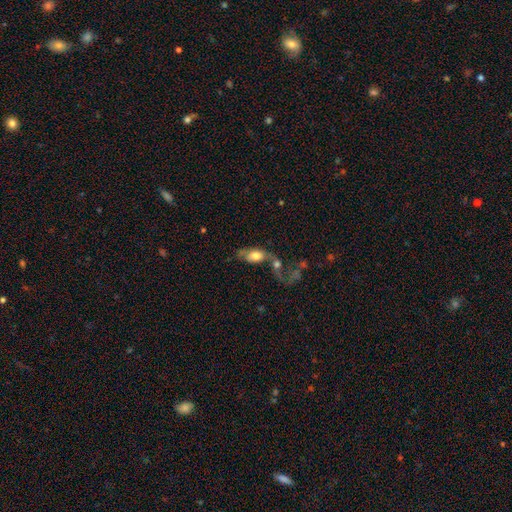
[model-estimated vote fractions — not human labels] Smooth or featured?
  - smooth: 58% *
  - featured or disk: 34%
  - star or artifact: 8%
How rounded?
  - in between: 86% *
  - round: 8%
  - cigar-shaped: 6%
Merging?
  - merger: 56% *
  - none: 18%
  - major disturbance: 17%
  - minor disturbance: 10%